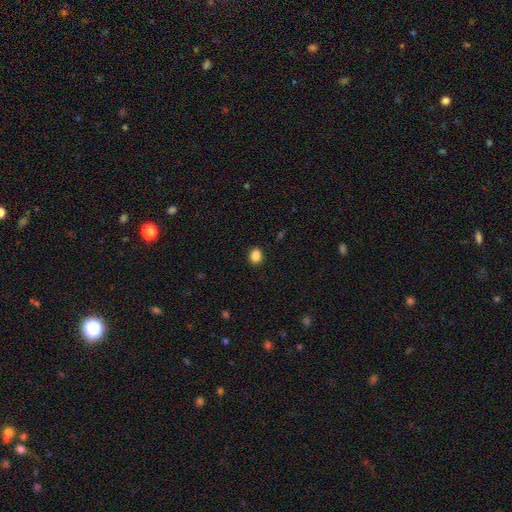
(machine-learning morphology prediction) Smooth or featured? smooth (87%)
How rounded? in between (57%)
Merging? none (90%)